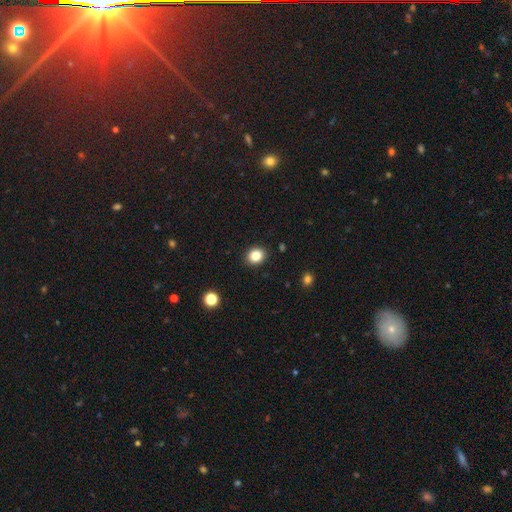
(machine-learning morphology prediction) This appears to be a smooth galaxy with no disk features (84%) that is round (67%). Merging: none (90%).